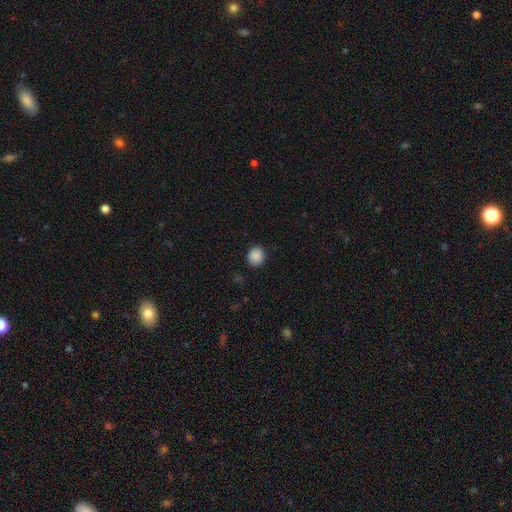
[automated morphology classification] The model was most divided on "how rounded": round: 80%, in between: 19%, cigar-shaped: 1%. More confident: merging — none (89%); smooth or featured — smooth (88%).